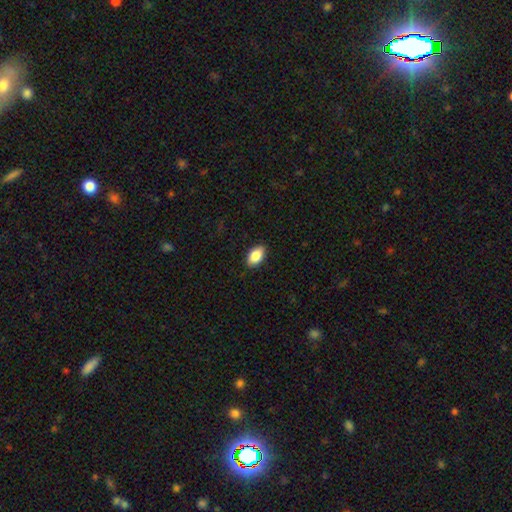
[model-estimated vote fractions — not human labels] smooth_or_featured: smooth (p=0.86) [alt: featured or disk p=0.07]
how_rounded: in between (p=0.93) [alt: round p=0.06]
merging: none (p=0.88) [alt: minor disturbance p=0.09]